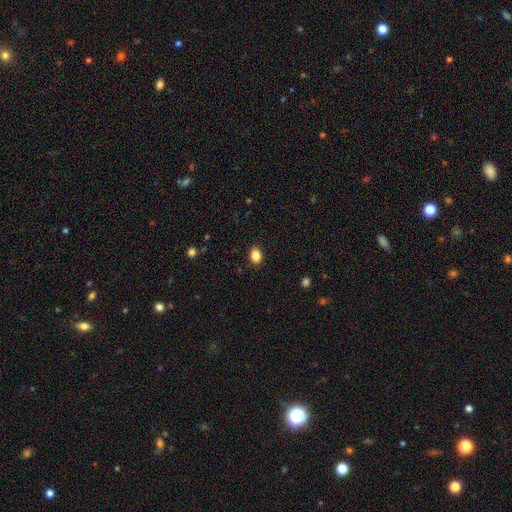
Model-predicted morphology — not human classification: This is clearly a smooth galaxy (86%). How rounded: likely in between (73%). Merging: clearly none (88%).